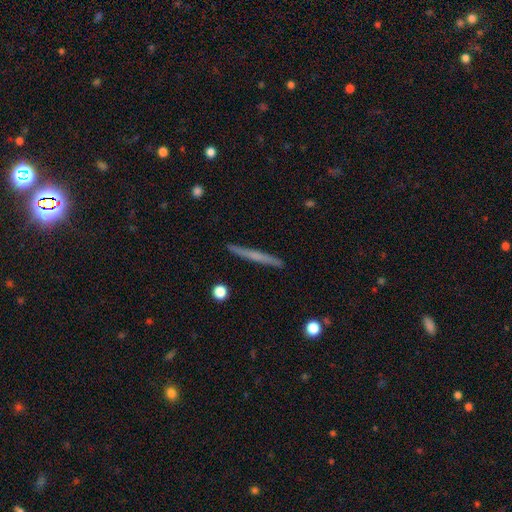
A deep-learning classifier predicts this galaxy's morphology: Smooth or featured? smooth (47%, tied with featured or disk)
Merging? none (91%)